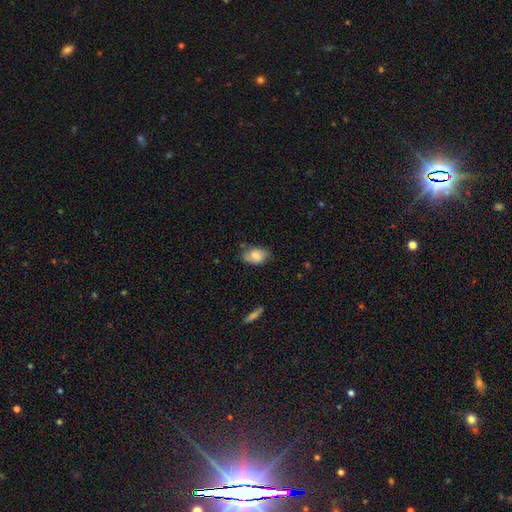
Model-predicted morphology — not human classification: smooth_or_featured: smooth (p=0.71) [alt: featured or disk p=0.22]
how_rounded: in between (p=0.85) [alt: round p=0.13]
merging: none (p=0.68) [alt: minor disturbance p=0.25]